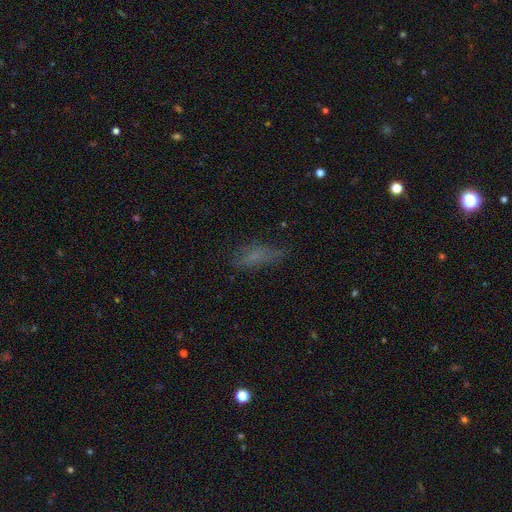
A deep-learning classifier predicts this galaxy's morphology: type=smooth (65%); roundness=in between (57%); merging=none (60%).